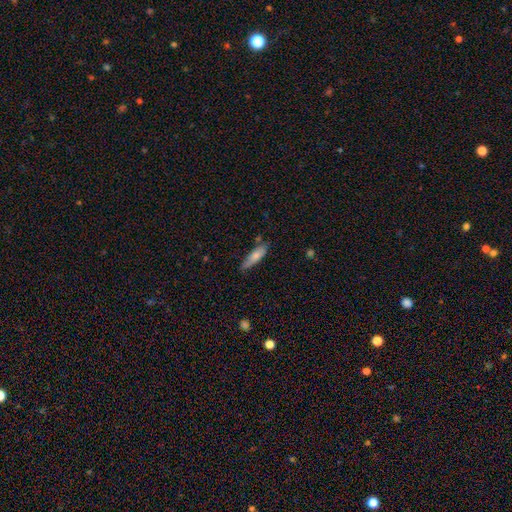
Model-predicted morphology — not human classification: type=smooth (74%); roundness=cigar-shaped (61%); merging=none (65%).